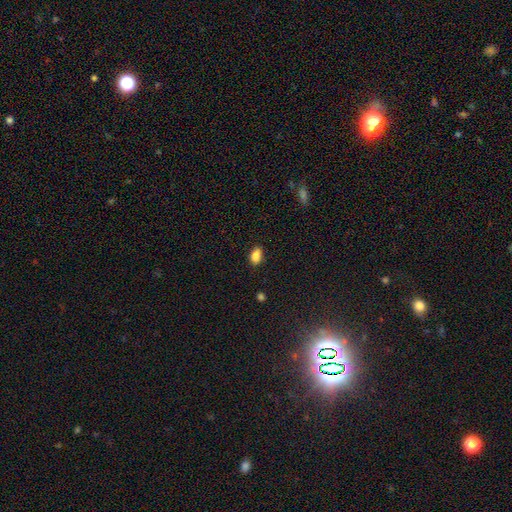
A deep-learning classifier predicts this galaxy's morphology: type=smooth (86%); roundness=in between (87%); merging=none (80%).